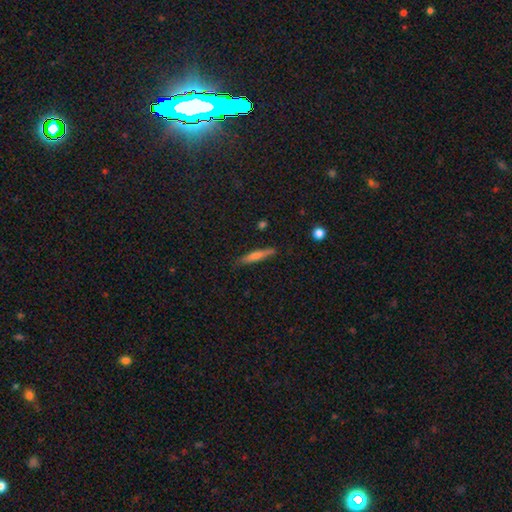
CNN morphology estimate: The model was most divided on "smooth or featured": smooth: 52%, featured or disk: 40%, star or artifact: 8%. More confident: how rounded — cigar-shaped (90%); merging — none (84%).